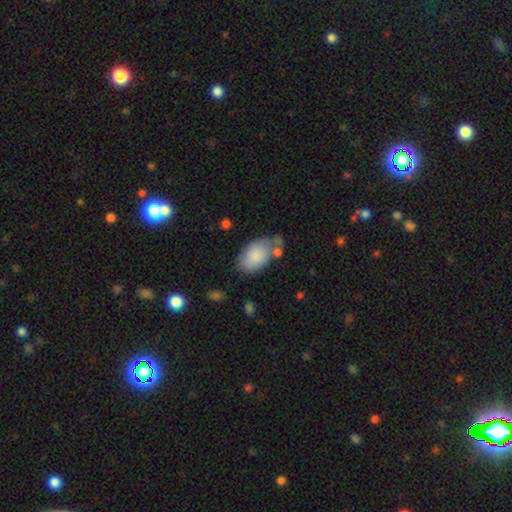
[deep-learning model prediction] This appears to be a smooth galaxy with no disk features (84%) that is in between round and cigar-shaped (93%). Merging: none (52%).